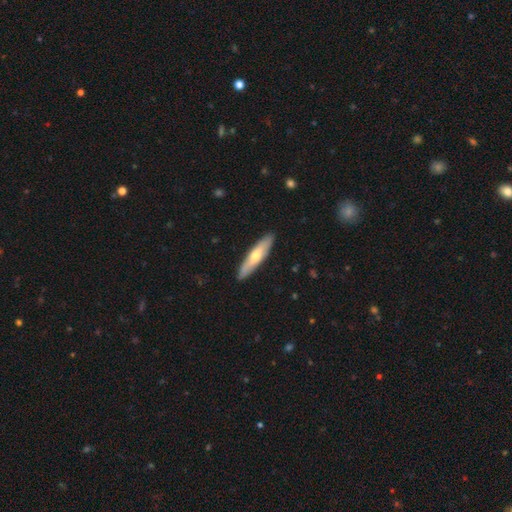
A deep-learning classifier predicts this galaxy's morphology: Smooth or featured?
  - smooth: 52% *
  - featured or disk: 43%
  - star or artifact: 5%
How rounded?
  - cigar-shaped: 78% *
  - in between: 20%
  - round: 2%
Merging?
  - none: 90% *
  - minor disturbance: 7%
  - major disturbance: 1%
  - merger: 1%